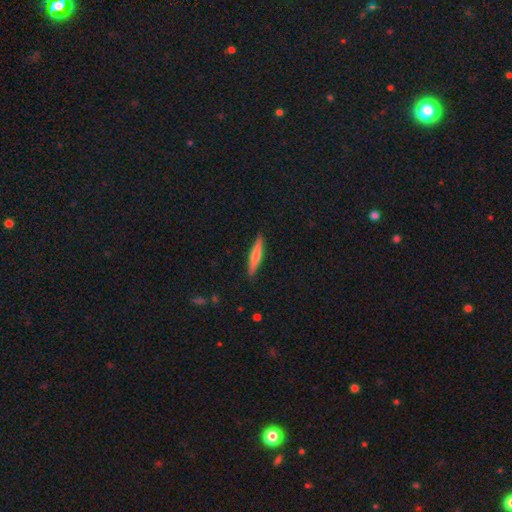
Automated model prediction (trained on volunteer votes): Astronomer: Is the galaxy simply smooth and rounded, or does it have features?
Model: smooth — 57% (runner-up: featured or disk, 38%).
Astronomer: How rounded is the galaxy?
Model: cigar-shaped — 92%.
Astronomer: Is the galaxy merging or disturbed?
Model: none — 90%.